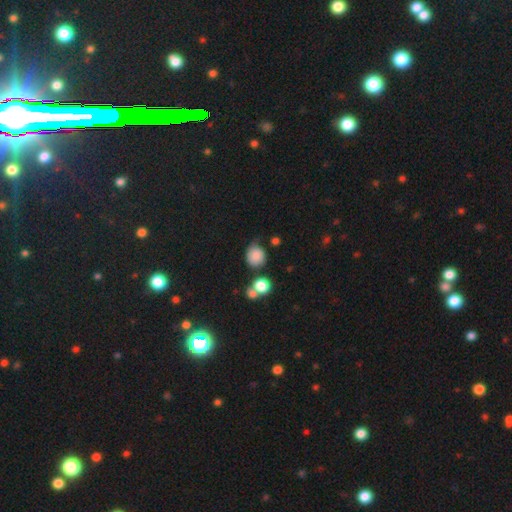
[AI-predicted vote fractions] Morphology: type=smooth (80%); roundness=round (78%); merging=none (50%).